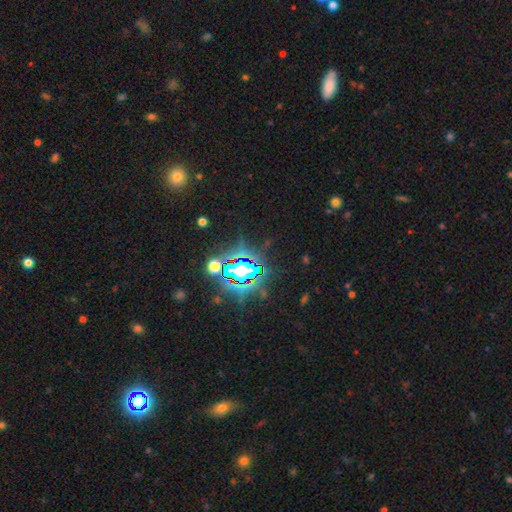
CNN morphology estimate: Overall: star or artifact (81%).